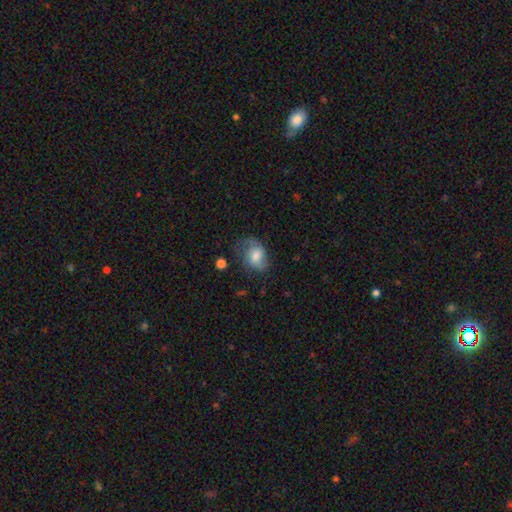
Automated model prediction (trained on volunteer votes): This appears to be a smooth galaxy with no disk features (56%) that is in between round and cigar-shaped (72%). Merging: none (47%).